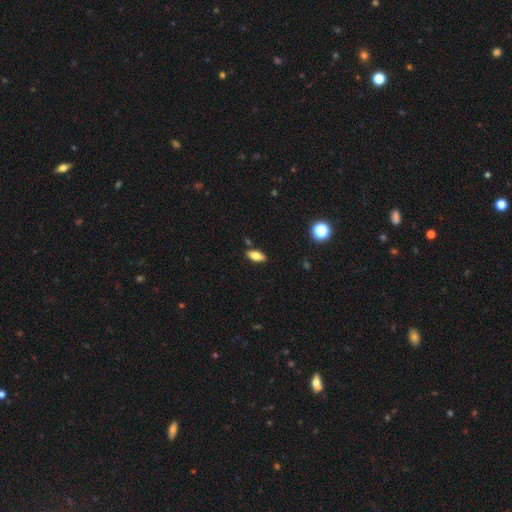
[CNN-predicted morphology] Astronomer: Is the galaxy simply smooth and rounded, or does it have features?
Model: smooth — 70%.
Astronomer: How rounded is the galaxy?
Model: in between — 81%.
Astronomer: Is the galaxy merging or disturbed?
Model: none — 86%.